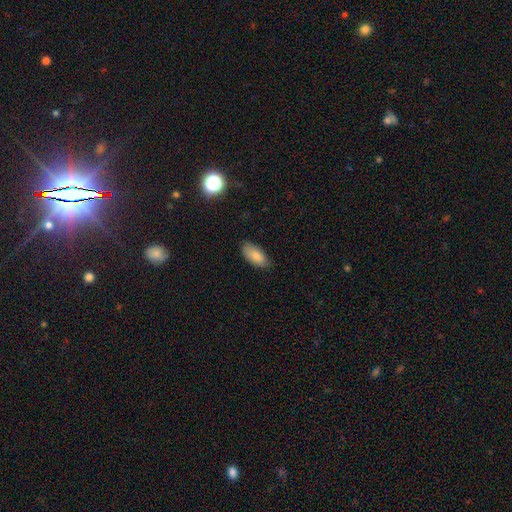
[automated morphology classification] Smooth or featured?
  - smooth: 84% *
  - featured or disk: 9%
  - star or artifact: 7%
How rounded?
  - in between: 91% *
  - cigar-shaped: 7%
  - round: 2%
Merging?
  - none: 79% *
  - minor disturbance: 18%
  - major disturbance: 3%
  - merger: 1%